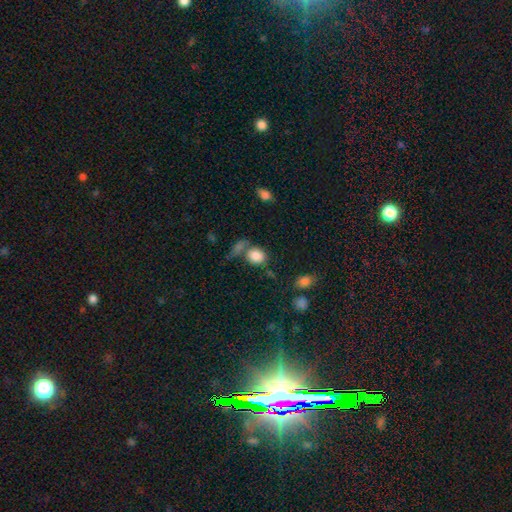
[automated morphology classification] The model was most divided on "how rounded": round: 50%, in between: 48%, cigar-shaped: 1%. More confident: smooth or featured — smooth (84%); merging — none (53%).